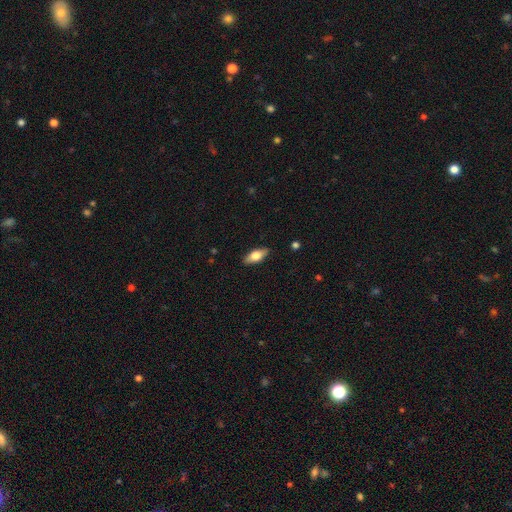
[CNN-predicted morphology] A smooth galaxy with no disk features (63%) that is in between round and cigar-shaped (80%).

Vote fractions:
- Smooth or featured? smooth: 63% / featured or disk: 31% / star or artifact: 6%
- How rounded? in between: 80% / cigar-shaped: 17% / round: 3%
- Merging? none: 87% / minor disturbance: 10% / major disturbance: 2% / merger: 1%